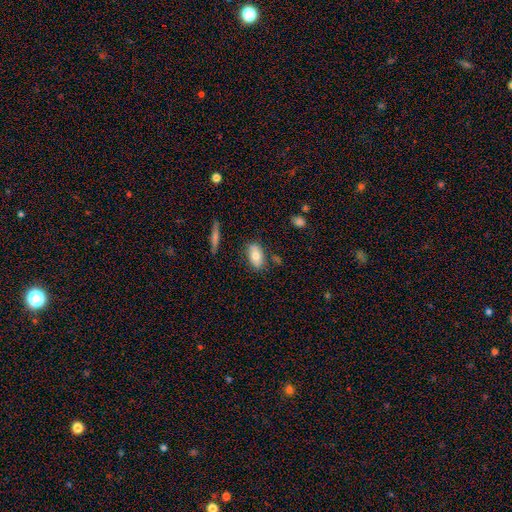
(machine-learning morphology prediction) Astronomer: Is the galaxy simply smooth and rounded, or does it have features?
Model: smooth — 74%.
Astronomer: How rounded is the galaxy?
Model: in between — 89%.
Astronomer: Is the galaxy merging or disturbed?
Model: none — 76%.